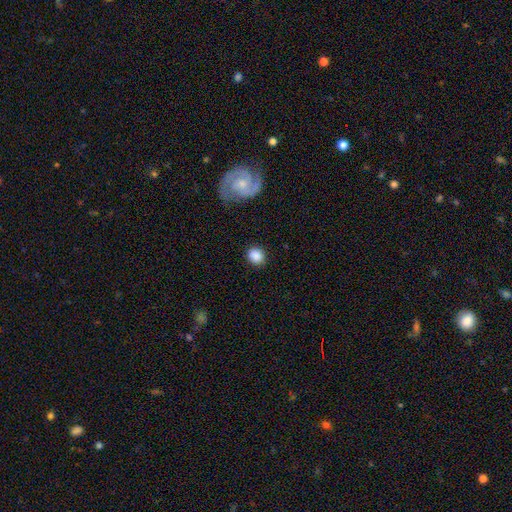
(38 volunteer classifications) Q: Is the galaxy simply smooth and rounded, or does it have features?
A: smooth — 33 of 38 (87%).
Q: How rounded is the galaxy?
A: round — 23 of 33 (70%).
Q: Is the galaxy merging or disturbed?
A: none — 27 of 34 (79%).